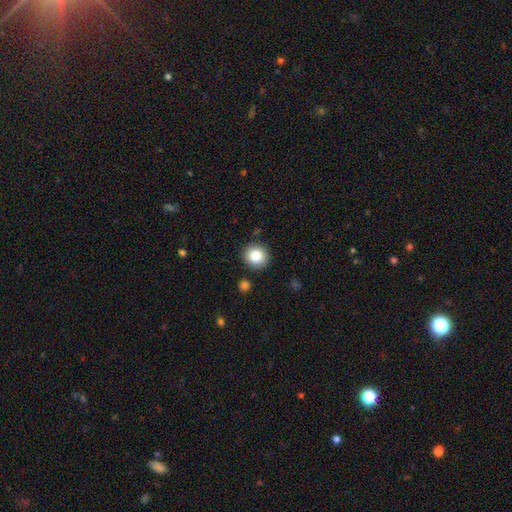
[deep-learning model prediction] smooth_or_featured: smooth (p=0.84) [alt: star or artifact p=0.09]
how_rounded: round (p=0.90) [alt: in between p=0.10]
merging: none (p=0.88) [alt: minor disturbance p=0.07]